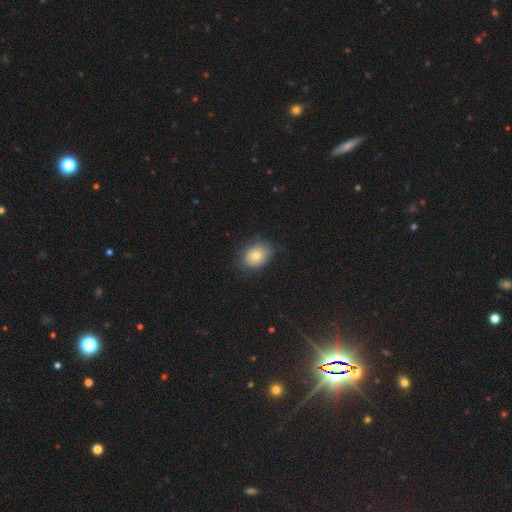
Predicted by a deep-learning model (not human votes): A smooth galaxy with no disk features (74%) that is in between round and cigar-shaped (61%).

Vote fractions:
- Smooth or featured? smooth: 74% / featured or disk: 17% / star or artifact: 9%
- How rounded? in between: 61% / round: 38% / cigar-shaped: 1%
- Merging? none: 75% / minor disturbance: 19% / major disturbance: 5% / merger: 1%